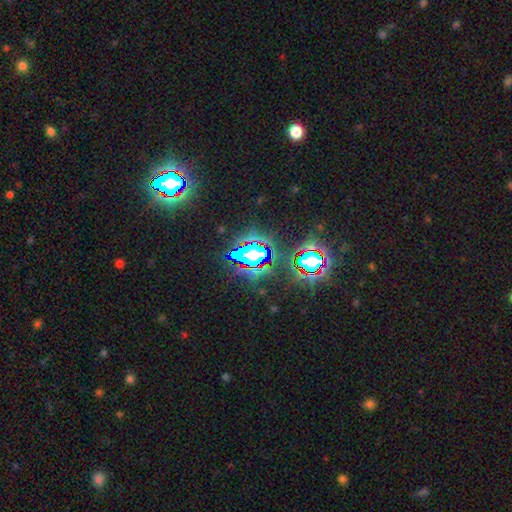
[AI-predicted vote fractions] Smooth or featured? star or artifact (81%)